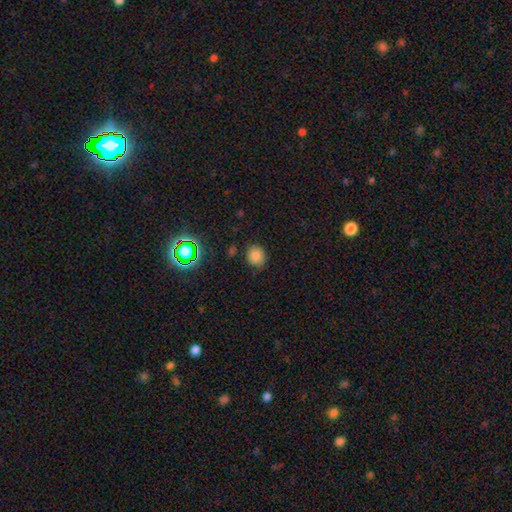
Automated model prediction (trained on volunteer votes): Smooth or featured: smooth — 79% (star or artifact — 16%)
How rounded: round — 76% (in between — 23%)
Merging: none — 82% (minor disturbance — 13%)